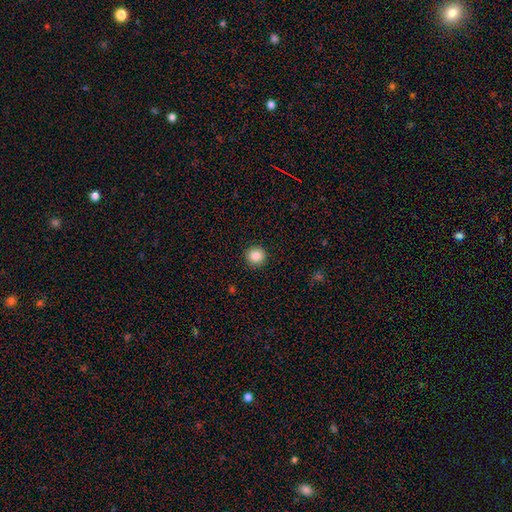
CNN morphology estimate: smooth-or-featured: smooth: 86% | star or artifact: 10% | featured or disk: 4%
  how-rounded: round: 94% | in between: 5% | cigar-shaped: 1%
  merging: none: 92% | minor disturbance: 5% | major disturbance: 2% | merger: 1%